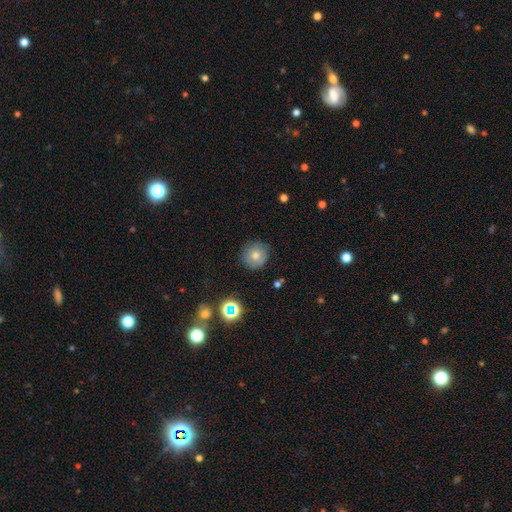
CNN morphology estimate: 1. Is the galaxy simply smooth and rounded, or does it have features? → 68% smooth, 19% featured or disk, 13% star or artifact.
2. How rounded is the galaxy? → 92% round, 7% in between, 1% cigar-shaped.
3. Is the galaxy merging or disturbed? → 80% none, 15% minor disturbance, 4% major disturbance, 1% merger.